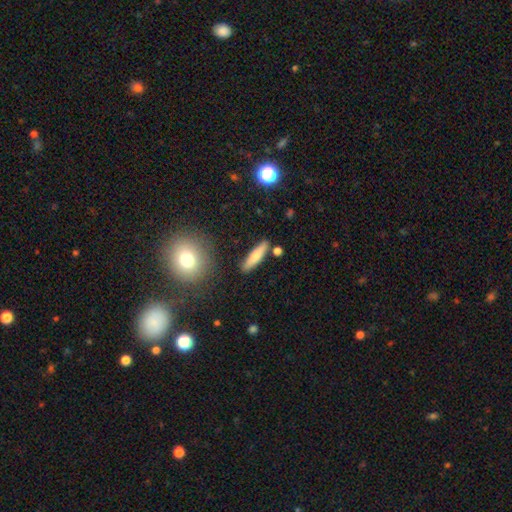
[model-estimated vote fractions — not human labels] smooth-or-featured: smooth: 66% | featured or disk: 27% | star or artifact: 7%
  how-rounded: cigar-shaped: 73% | in between: 25% | round: 3%
  merging: none: 83% | minor disturbance: 10% | merger: 5% | major disturbance: 2%